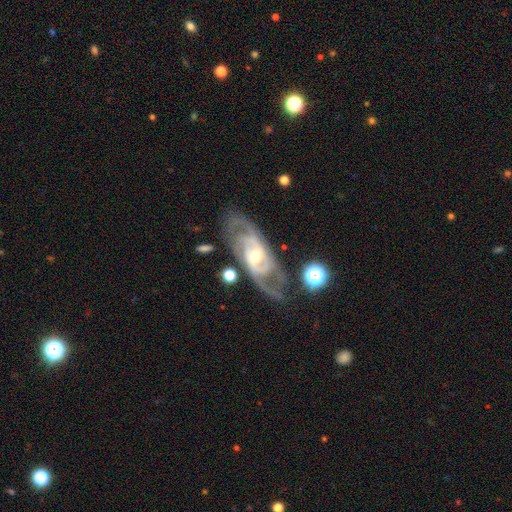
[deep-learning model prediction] Smooth or featured: featured or disk — 89% (smooth — 6%)
Edge-on disk: no — 93% (yes — 7%)
Bar: weak — 45% (no — 35%)
Spiral arms: yes — 96% (no — 4%)
Spiral winding: tight — 47% (medium — 43%)
Spiral arm count: 2 — 50% (3 — 19%)
Bulge size: small — 48% (moderate — 47%)
Merging: none — 70% (minor disturbance — 18%)